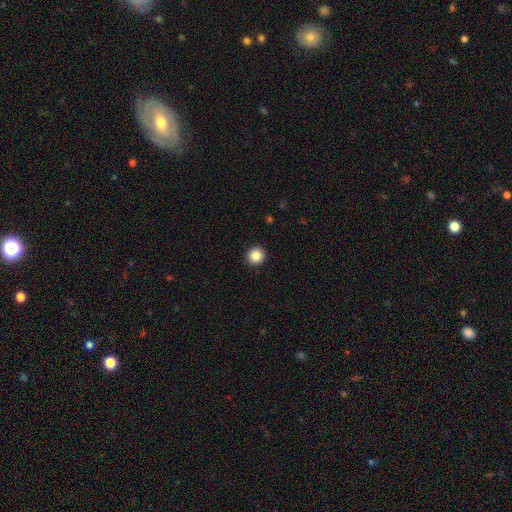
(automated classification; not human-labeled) smooth-or-featured: smooth: 86% | star or artifact: 10% | featured or disk: 4%
  how-rounded: round: 96% | in between: 3% | cigar-shaped: 1%
  merging: none: 94% | minor disturbance: 4% | major disturbance: 1% | merger: 1%